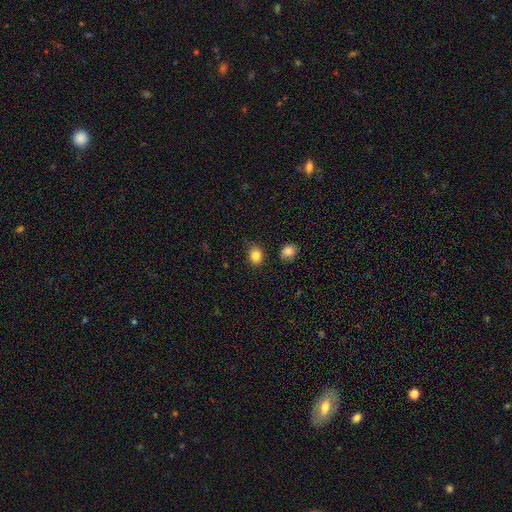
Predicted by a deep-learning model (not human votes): smooth-or-featured: smooth: 86% | star or artifact: 10% | featured or disk: 4%
  how-rounded: round: 51% | in between: 48% | cigar-shaped: 1%
  merging: none: 79% | minor disturbance: 14% | merger: 4% | major disturbance: 3%